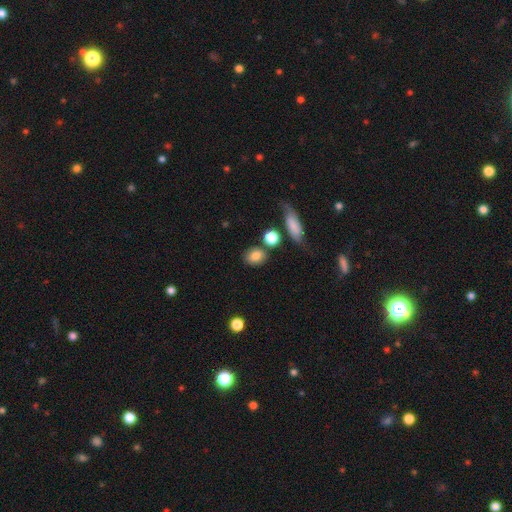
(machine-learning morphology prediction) Smooth or featured?
  - smooth: 82% *
  - featured or disk: 9%
  - star or artifact: 9%
How rounded?
  - in between: 55% *
  - round: 43%
  - cigar-shaped: 2%
Merging?
  - none: 73% *
  - minor disturbance: 13%
  - merger: 9%
  - major disturbance: 5%